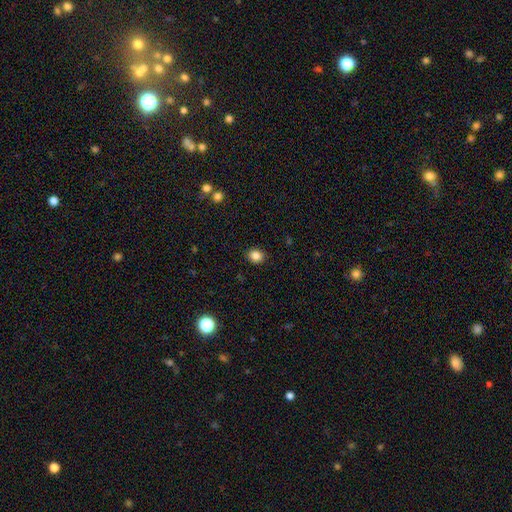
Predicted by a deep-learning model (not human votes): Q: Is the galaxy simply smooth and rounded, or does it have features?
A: smooth — 85%.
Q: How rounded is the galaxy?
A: round — 75%.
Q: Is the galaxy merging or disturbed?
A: none — 90%.